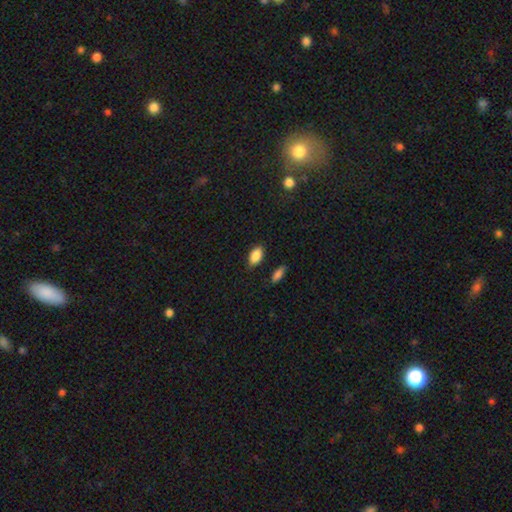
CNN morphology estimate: Smooth or featured?
  - smooth: 88% *
  - star or artifact: 7%
  - featured or disk: 5%
How rounded?
  - in between: 92% *
  - round: 5%
  - cigar-shaped: 3%
Merging?
  - none: 83% *
  - minor disturbance: 12%
  - merger: 3%
  - major disturbance: 3%